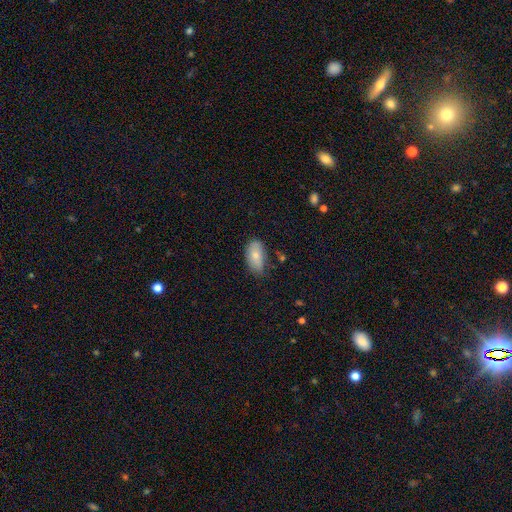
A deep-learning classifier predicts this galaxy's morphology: Smooth or featured: smooth — 79% (featured or disk — 15%)
How rounded: in between — 93% (round — 4%)
Merging: none — 71% (minor disturbance — 23%)